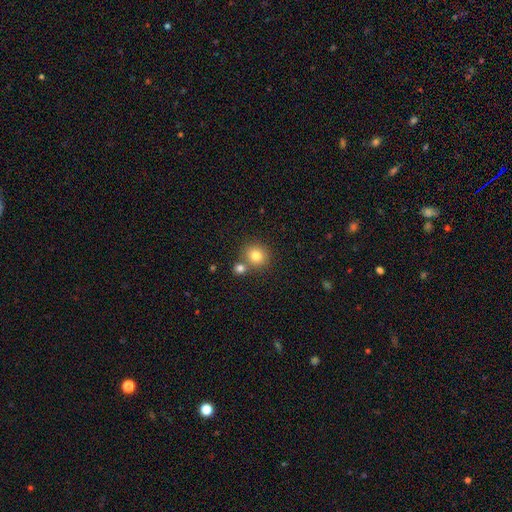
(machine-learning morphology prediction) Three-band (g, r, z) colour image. It shows a smooth galaxy with no disk features (81%) that is round (85%). Merging: none (63%).